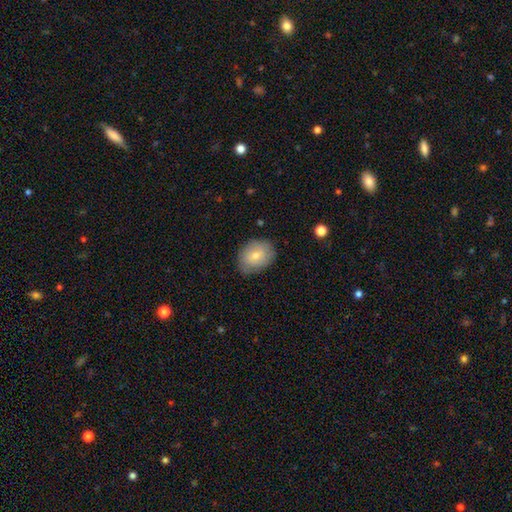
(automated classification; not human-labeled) Morphology: type=smooth (73%); roundness=in between (65%); merging=none (75%).